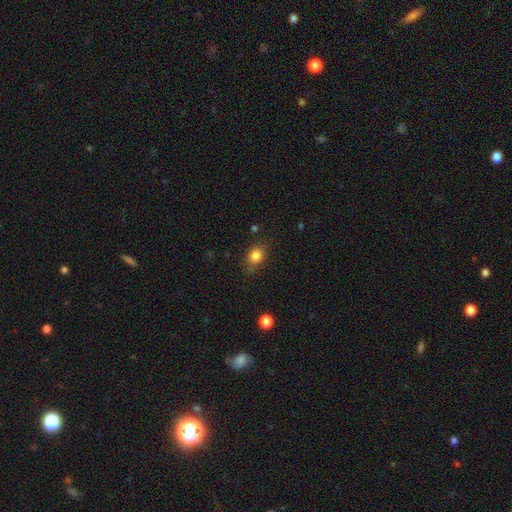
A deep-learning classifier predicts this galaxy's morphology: smooth-or-featured: smooth: 82% | star or artifact: 10% | featured or disk: 7%
  how-rounded: in between: 55% | round: 43% | cigar-shaped: 2%
  merging: none: 77% | minor disturbance: 17% | major disturbance: 4% | merger: 2%